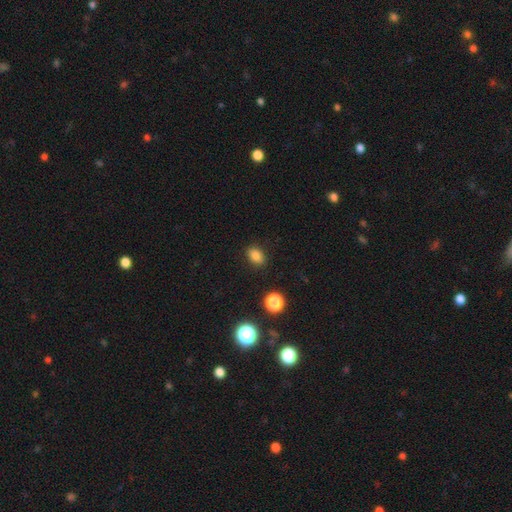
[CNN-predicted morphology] Smooth or featured?
  - smooth: 81% *
  - star or artifact: 13%
  - featured or disk: 6%
How rounded?
  - in between: 78% *
  - round: 21%
  - cigar-shaped: 2%
Merging?
  - none: 87% *
  - minor disturbance: 9%
  - major disturbance: 2%
  - merger: 1%